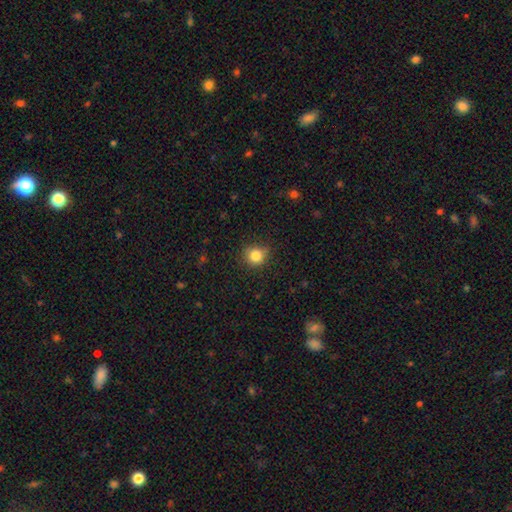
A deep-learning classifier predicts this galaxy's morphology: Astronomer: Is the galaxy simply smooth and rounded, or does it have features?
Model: smooth — 83%.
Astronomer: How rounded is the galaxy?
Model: round — 88%.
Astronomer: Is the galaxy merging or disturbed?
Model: none — 78%.